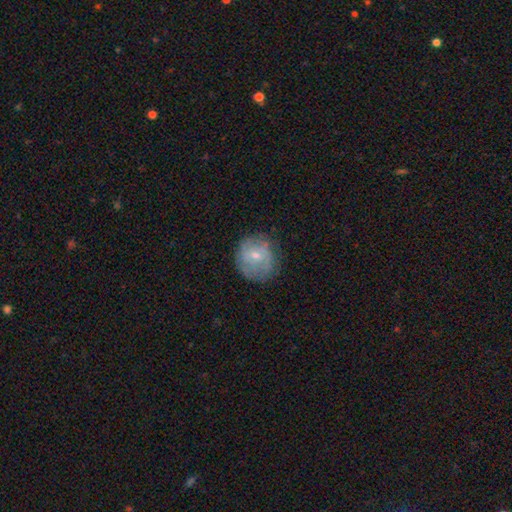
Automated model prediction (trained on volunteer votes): Smooth or featured?
  - smooth: 48% *
  - featured or disk: 45%
  - star or artifact: 7%
Merging?
  - none: 71% *
  - minor disturbance: 20%
  - major disturbance: 8%
  - merger: 1%